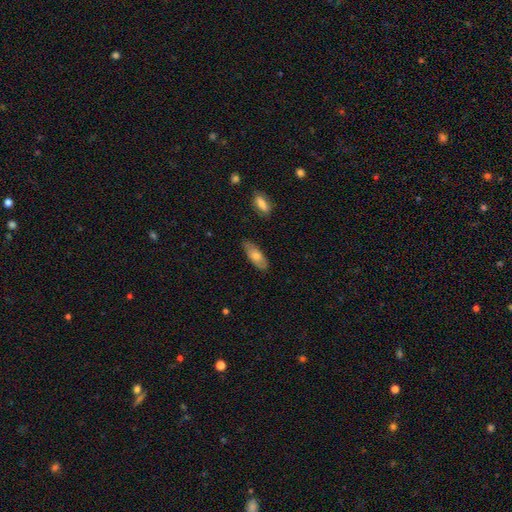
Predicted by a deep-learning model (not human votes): Q: Smooth or featured?
A: smooth (67%); runner-up: featured or disk (26%)
Q: How rounded?
A: in between (76%); runner-up: cigar-shaped (21%)
Q: Merging?
A: none (79%); runner-up: minor disturbance (17%)